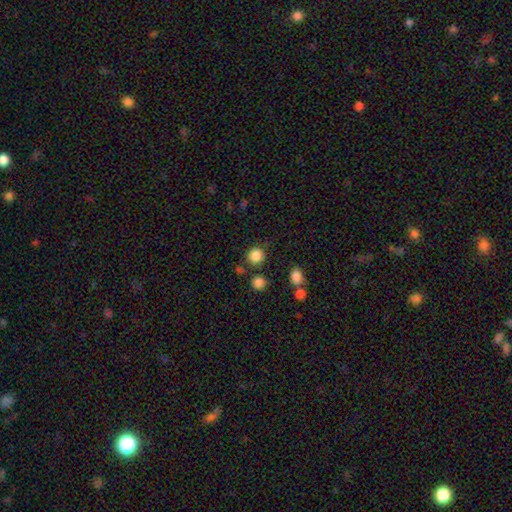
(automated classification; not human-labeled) A smooth galaxy with no disk features (85%) that is round (89%). Merging: none (81%).